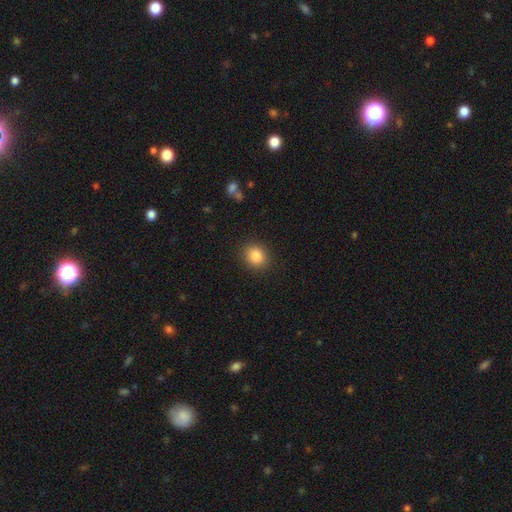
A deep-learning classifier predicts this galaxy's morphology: Overall: smooth (86%). How rounded: round (72%). Merging: none (89%).